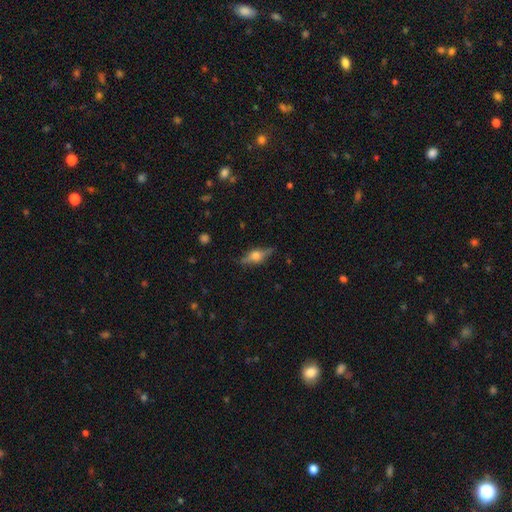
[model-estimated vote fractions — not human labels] featured or disk 68%, smooth 25%, star or artifact 8%. Down the decision tree: edge-on disk — yes (95%); edge-on bulge — rounded (91%); merging — none (84%).